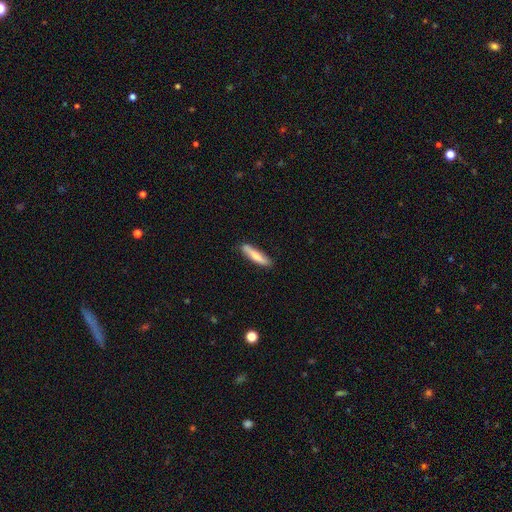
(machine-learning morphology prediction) Smooth or featured: smooth — 69% (featured or disk — 25%)
How rounded: cigar-shaped — 84% (in between — 14%)
Merging: none — 85% (minor disturbance — 11%)